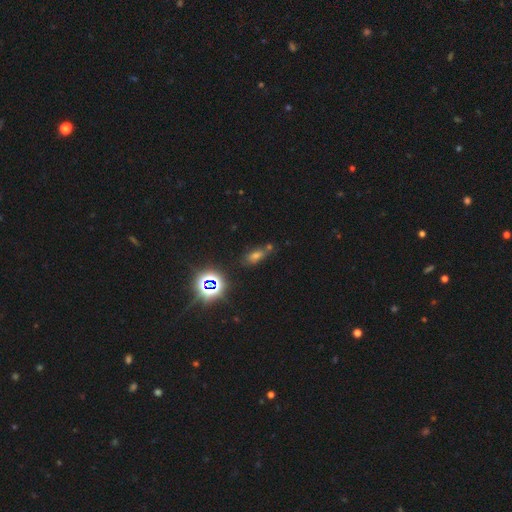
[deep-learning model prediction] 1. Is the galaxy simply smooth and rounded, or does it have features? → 51% smooth, 37% star or artifact, 12% featured or disk.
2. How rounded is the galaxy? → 72% in between, 16% cigar-shaped, 13% round.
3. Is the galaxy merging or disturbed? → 58% none, 19% merger, 17% minor disturbance, 7% major disturbance.